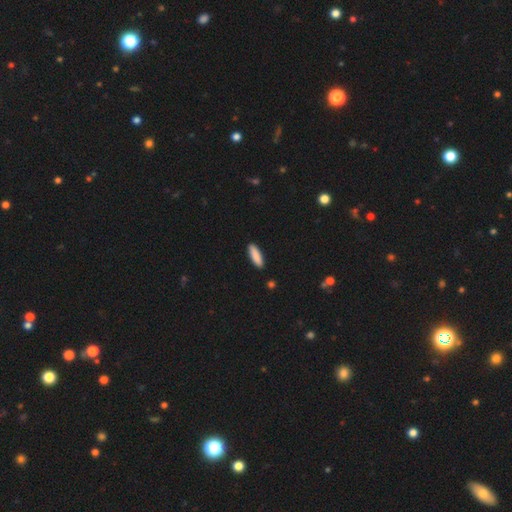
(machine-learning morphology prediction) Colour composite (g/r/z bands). It shows a smooth galaxy with no disk features (89%) that is cigar-shaped (54%). Merging: none (90%).